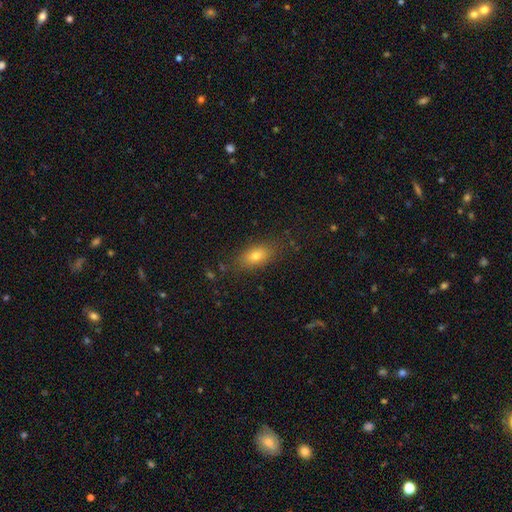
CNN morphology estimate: smooth 74%, featured or disk 14%, star or artifact 12%. Down the decision tree: how rounded — in between (80%); merging — none (80%).